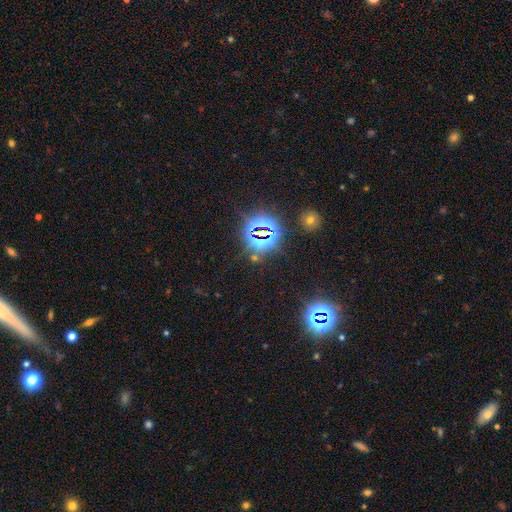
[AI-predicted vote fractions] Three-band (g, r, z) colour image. It shows a star or artifact, not a galaxy (80%).